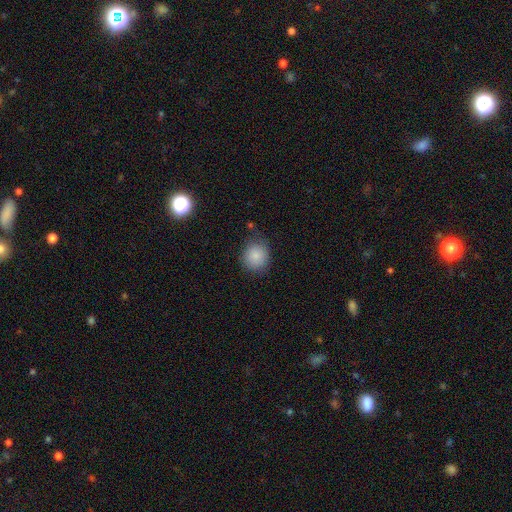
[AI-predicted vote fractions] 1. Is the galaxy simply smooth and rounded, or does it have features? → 86% smooth, 9% star or artifact, 6% featured or disk.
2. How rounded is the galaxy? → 79% round, 20% in between, 1% cigar-shaped.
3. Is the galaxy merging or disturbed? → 76% none, 18% minor disturbance, 4% major disturbance, 2% merger.